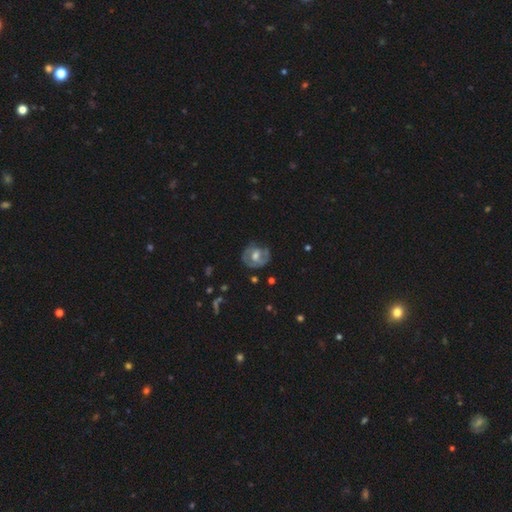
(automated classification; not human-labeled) smooth_or_featured: featured or disk (p=0.56) [alt: smooth p=0.38]
disk_edge_on: no (p=0.96) [alt: yes p=0.04]
bar: no (p=0.58) [alt: weak p=0.33]
has_spiral_arms: no (p=0.53) [alt: yes p=0.47]
bulge_size: moderate (p=0.68) [alt: large p=0.14]
merging: none (p=0.65) [alt: minor disturbance p=0.24]